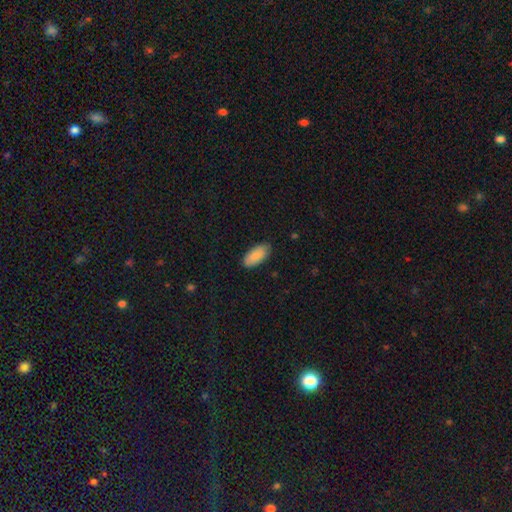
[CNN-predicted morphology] This is clearly a smooth galaxy (86%). How rounded: clearly in between (92%). Merging: clearly none (86%).